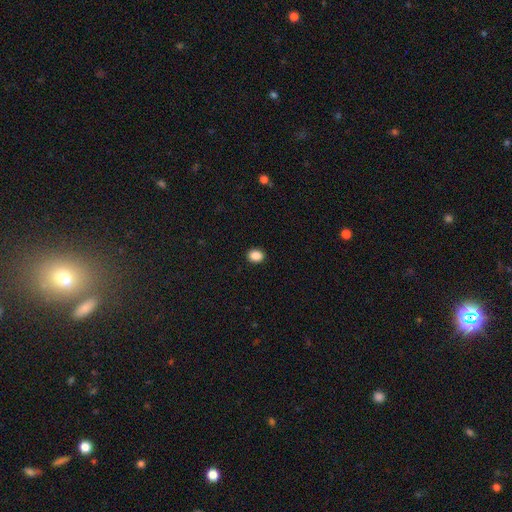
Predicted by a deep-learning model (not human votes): Smooth or featured: smooth — 88% (star or artifact — 9%)
How rounded: round — 56% (in between — 43%)
Merging: none — 92% (minor disturbance — 5%)